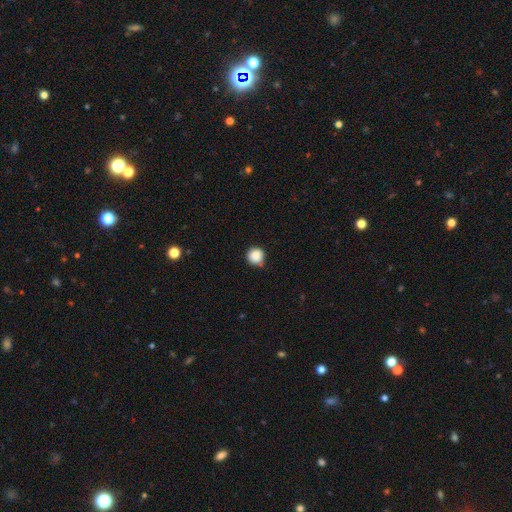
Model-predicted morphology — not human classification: type=smooth (87%); roundness=round (93%); merging=none (73%).